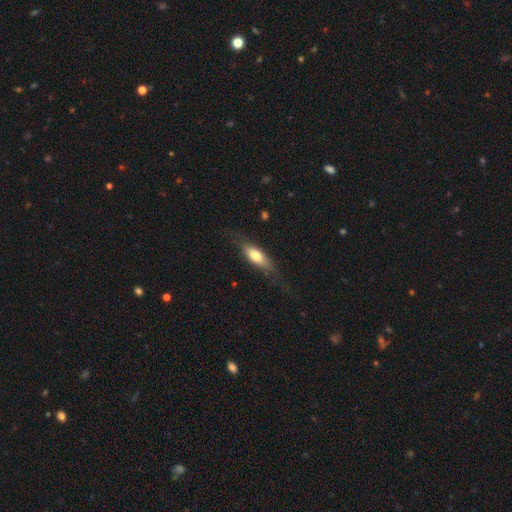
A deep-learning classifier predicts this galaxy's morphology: Smooth or featured?
  - smooth: 66% *
  - featured or disk: 28%
  - star or artifact: 6%
How rounded?
  - in between: 62% *
  - cigar-shaped: 35%
  - round: 3%
Merging?
  - none: 67% *
  - minor disturbance: 21%
  - major disturbance: 11%
  - merger: 1%